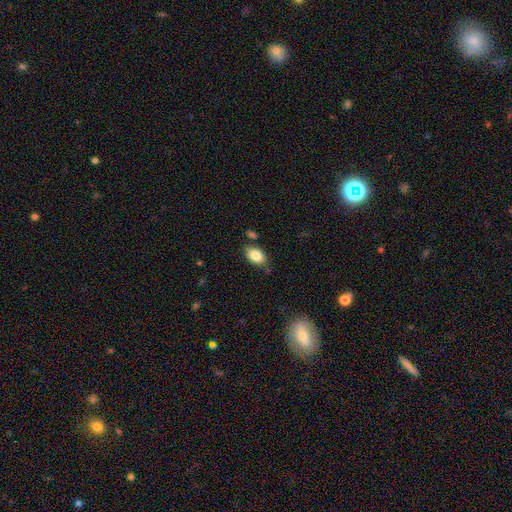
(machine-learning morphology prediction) This is clearly a smooth galaxy (84%). How rounded: clearly in between (90%). Merging: likely none (75%).